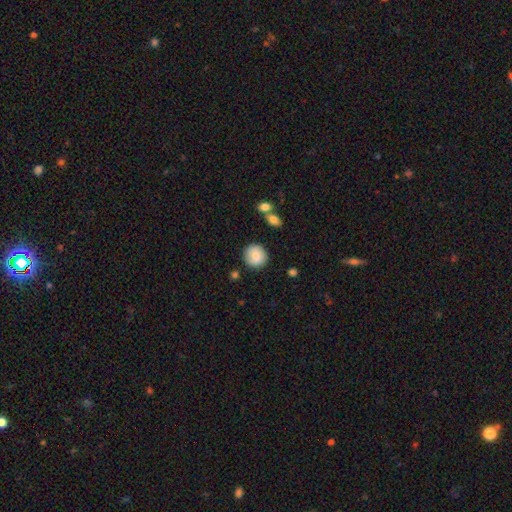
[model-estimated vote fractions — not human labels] smooth_or_featured: smooth (p=0.81) [alt: featured or disk p=0.12]
how_rounded: round (p=0.91) [alt: in between p=0.08]
merging: none (p=0.84) [alt: minor disturbance p=0.10]